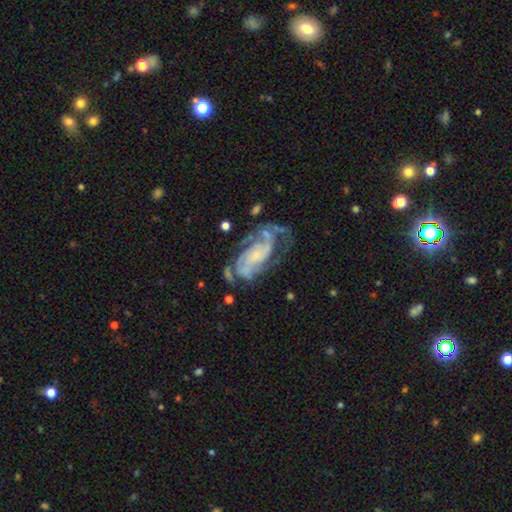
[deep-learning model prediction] smooth_or_featured: featured or disk (p=0.86) [alt: smooth p=0.08]
disk_edge_on: no (p=0.96) [alt: yes p=0.04]
bar: no (p=0.64) [alt: weak p=0.27]
has_spiral_arms: yes (p=0.94) [alt: no p=0.06]
spiral_winding: tight (p=0.44) [alt: medium p=0.41]
spiral_arm_count: 2 (p=0.37) [alt: 3 p=0.23]
bulge_size: small (p=0.64) [alt: moderate p=0.19]
merging: none (p=0.49) [alt: major disturbance p=0.24]